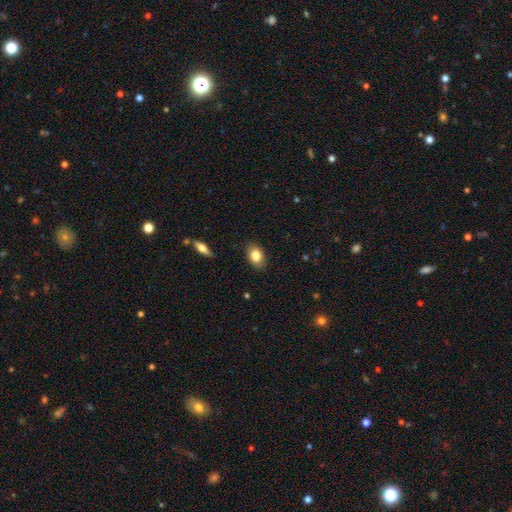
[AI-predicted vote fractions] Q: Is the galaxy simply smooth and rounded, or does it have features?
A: smooth — 82%.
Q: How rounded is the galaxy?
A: in between — 81%.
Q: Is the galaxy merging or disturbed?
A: none — 86%.